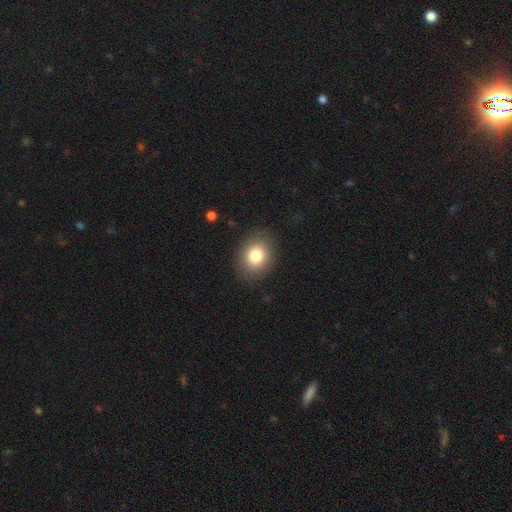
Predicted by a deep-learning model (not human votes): smooth-or-featured: smooth: 81% | featured or disk: 10% | star or artifact: 9%
  how-rounded: in between: 50% | round: 49% | cigar-shaped: 1%
  merging: none: 87% | minor disturbance: 9% | major disturbance: 3% | merger: 1%